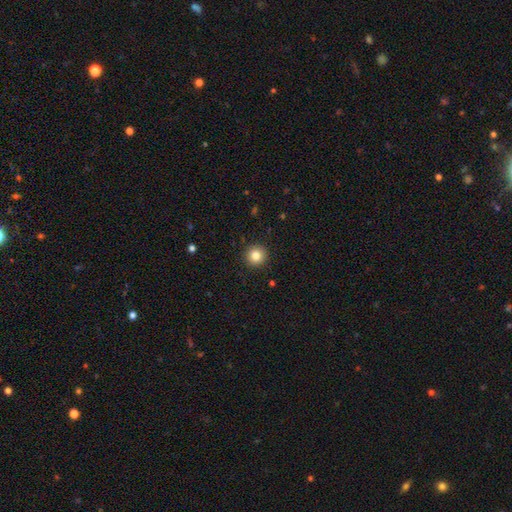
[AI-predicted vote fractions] Smooth or featured?
  - smooth: 83% *
  - star or artifact: 11%
  - featured or disk: 7%
How rounded?
  - round: 95% *
  - in between: 4%
  - cigar-shaped: 1%
Merging?
  - none: 93% *
  - minor disturbance: 5%
  - major disturbance: 2%
  - merger: 1%